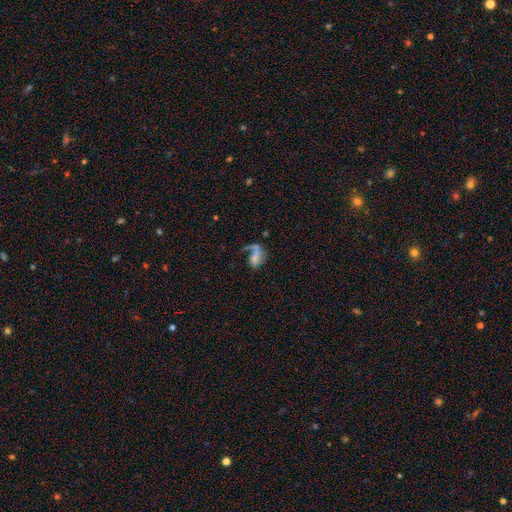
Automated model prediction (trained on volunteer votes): A featured or disk galaxy (47%).

Vote fractions:
- Smooth or featured? featured or disk: 47% / smooth: 40% / star or artifact: 13%
- Merging? major disturbance: 37% / none: 26% / merger: 24% / minor disturbance: 13%